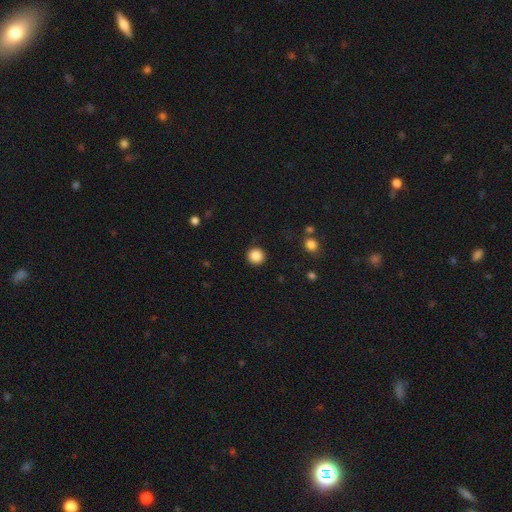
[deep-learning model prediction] The model was most divided on "smooth or featured": smooth: 86%, star or artifact: 10%, featured or disk: 4%. More confident: how rounded — round (95%); merging — none (92%).